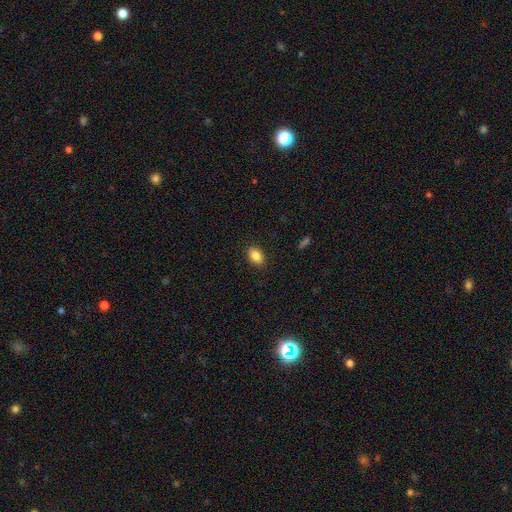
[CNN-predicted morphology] Q: Smooth or featured?
A: smooth (86%); runner-up: star or artifact (8%)
Q: How rounded?
A: in between (87%); runner-up: round (11%)
Q: Merging?
A: none (88%); runner-up: minor disturbance (8%)